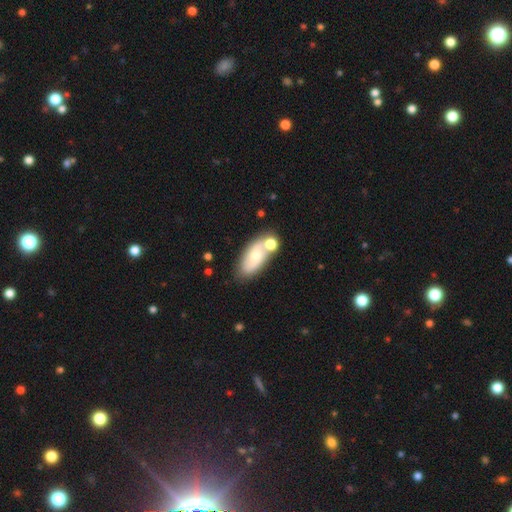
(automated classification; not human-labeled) Smooth or featured? smooth (56%)
How rounded? in between (86%)
Merging? none (55%)